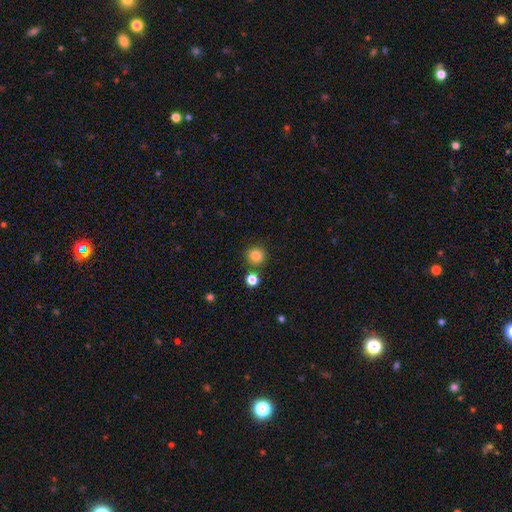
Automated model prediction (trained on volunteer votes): smooth 83%, star or artifact 12%, featured or disk 5%. Down the decision tree: how rounded — round (91%); merging — none (81%).